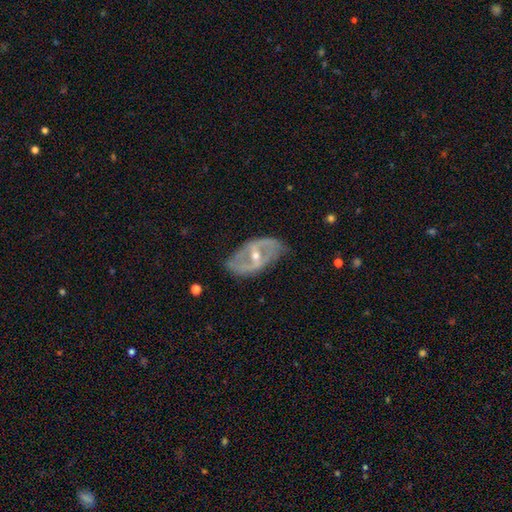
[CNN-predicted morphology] Q: Smooth or featured?
A: featured or disk (84%); runner-up: smooth (10%)
Q: Edge-on disk?
A: no (92%); runner-up: yes (8%)
Q: Bar?
A: strong (52%); runner-up: weak (33%)
Q: Spiral arms?
A: yes (77%); runner-up: no (23%)
Q: Spiral winding?
A: medium (41%); runner-up: loose (35%)
Q: Spiral arm count?
A: 2 (81%); runner-up: can't tell (11%)
Q: Bulge size?
A: moderate (54%); runner-up: small (43%)
Q: Merging?
A: none (70%); runner-up: minor disturbance (21%)